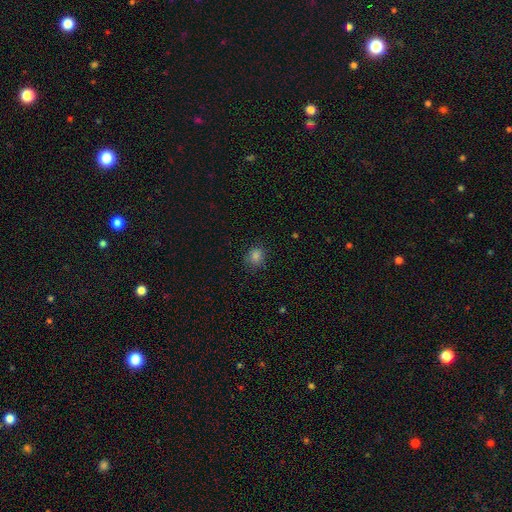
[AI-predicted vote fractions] Overall: smooth (83%). How rounded: round (74%). Merging: none (81%).